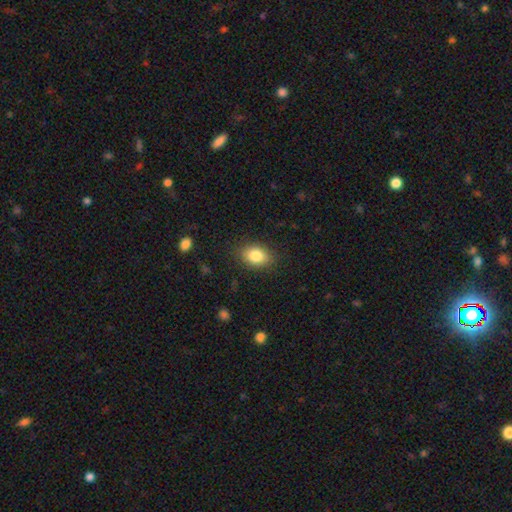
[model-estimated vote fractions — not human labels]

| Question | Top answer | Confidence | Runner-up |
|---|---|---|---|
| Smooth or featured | smooth | 83% | star or artifact (8%) |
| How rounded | in between | 75% | round (23%) |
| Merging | none | 84% | minor disturbance (12%) |